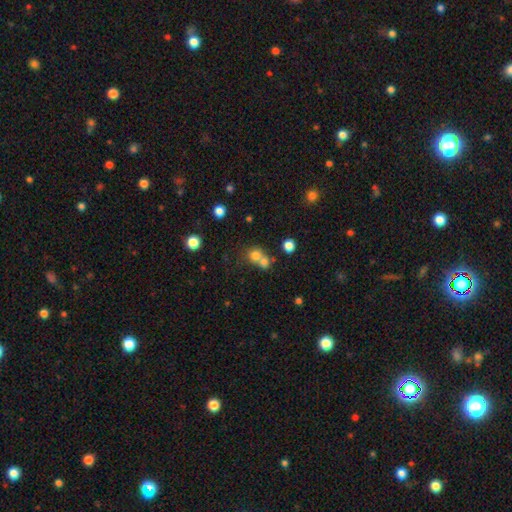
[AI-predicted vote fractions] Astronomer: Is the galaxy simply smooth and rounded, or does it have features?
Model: smooth — 74%.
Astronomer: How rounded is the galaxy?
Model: round — 84%.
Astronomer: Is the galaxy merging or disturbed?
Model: merger — 52% (runner-up: none, 39%).